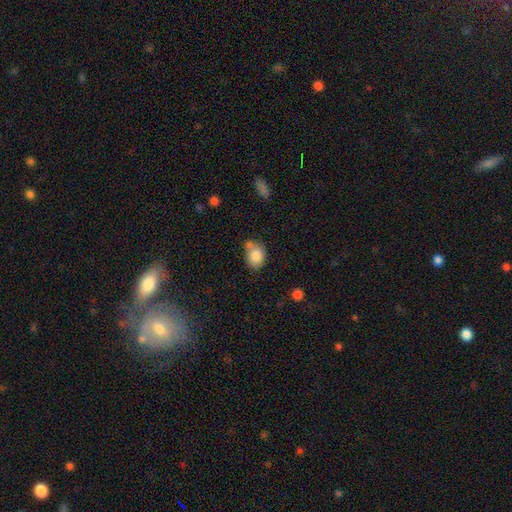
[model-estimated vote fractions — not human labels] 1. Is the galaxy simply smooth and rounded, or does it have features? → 82% smooth, 9% featured or disk, 8% star or artifact.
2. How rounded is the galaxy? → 59% in between, 40% round, 1% cigar-shaped.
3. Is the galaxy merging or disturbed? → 50% none, 24% minor disturbance, 19% merger, 6% major disturbance.